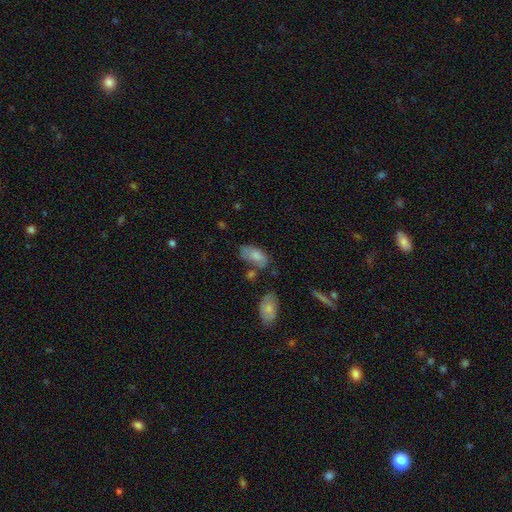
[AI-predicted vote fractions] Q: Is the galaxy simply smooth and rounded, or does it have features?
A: smooth — 76%.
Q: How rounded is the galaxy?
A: in between — 92%.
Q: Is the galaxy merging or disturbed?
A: none — 47%.